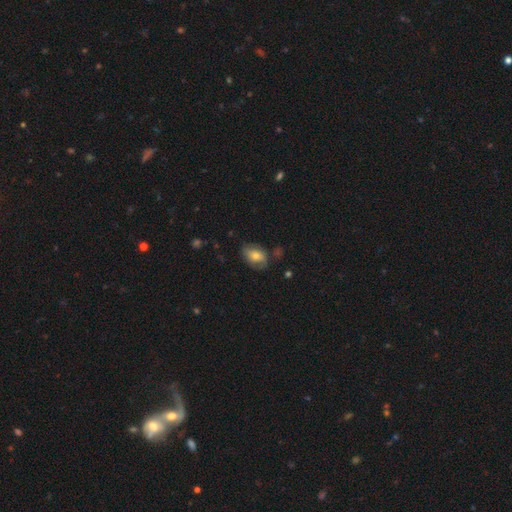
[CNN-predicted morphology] This appears to be a smooth galaxy with no disk features (60%) that is in between round and cigar-shaped (83%). Merging: none (63%).